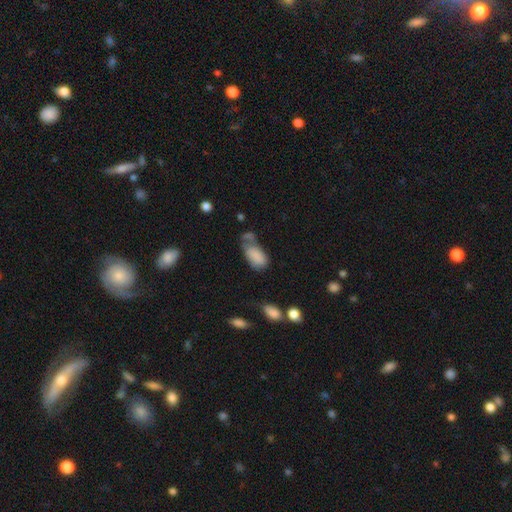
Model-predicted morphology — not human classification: The model was most divided on "merging": none: 32%, minor disturbance: 27%, major disturbance: 21%, merger: 20%. More confident: how rounded — in between (93%); smooth or featured — smooth (81%).